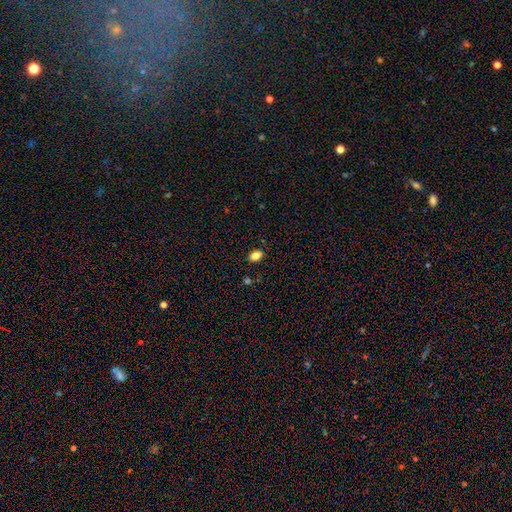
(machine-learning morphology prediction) Smooth or featured? Predicted: smooth (p=0.83). How rounded? Predicted: in between (p=0.82). Merging? Predicted: none (p=0.87).